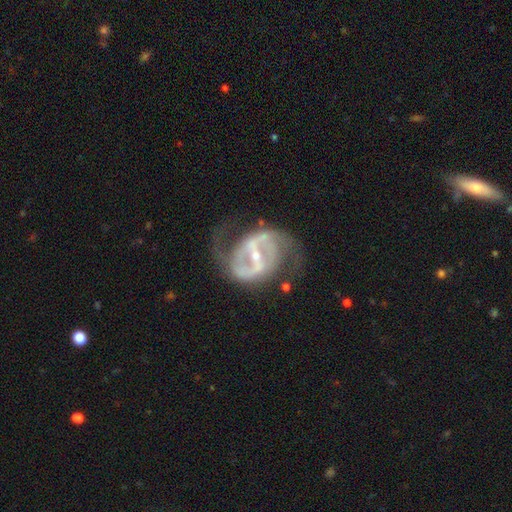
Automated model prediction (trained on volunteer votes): smooth-or-featured: featured or disk: 90% | star or artifact: 6% | smooth: 4%
  disk-edge-on: no: 97% | yes: 3%
    bar: strong: 64% | weak: 27% | no: 8%
    has-spiral-arms: yes: 94% | no: 6%
      spiral-winding: medium: 54% | loose: 26% | tight: 20%
      spiral-arm-count: 2: 86% | can't tell: 6% | 3: 3% | 1: 2% | 4: 1% | more than 4: 1%
    bulge-size: small: 64% | moderate: 33% | none: 1% | large: 1% | dominant: 1%
  merging: none: 61% | minor disturbance: 19% | major disturbance: 18% | merger: 2%